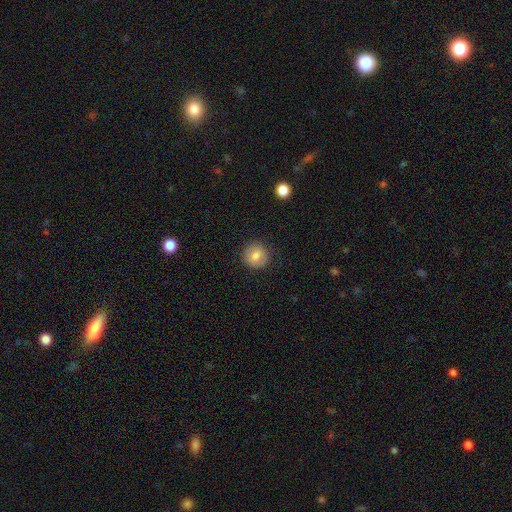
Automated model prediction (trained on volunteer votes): This appears to be a smooth galaxy with no disk features (77%) that is round (92%). Merging: none (89%).